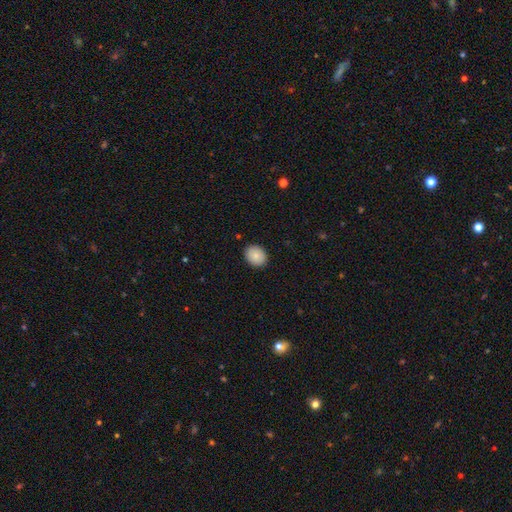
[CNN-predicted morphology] This is clearly a smooth galaxy (85%). How rounded: possibly round (56%). Merging: clearly none (89%).